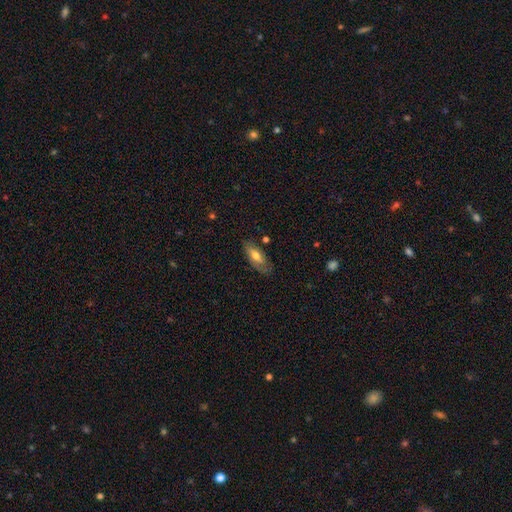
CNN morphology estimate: A smooth galaxy with no disk features (60%) that is in between round and cigar-shaped (80%). Merging: none (72%).